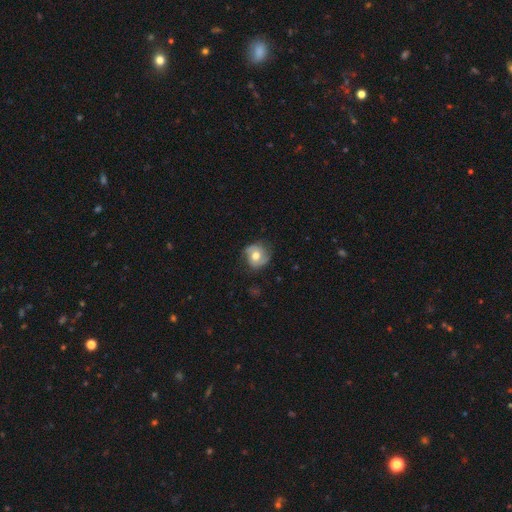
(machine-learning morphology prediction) A featured or disk galaxy (47%).

Vote fractions:
- Smooth or featured? featured or disk: 47% / smooth: 45% / star or artifact: 8%
- Merging? none: 71% / minor disturbance: 21% / major disturbance: 7% / merger: 1%